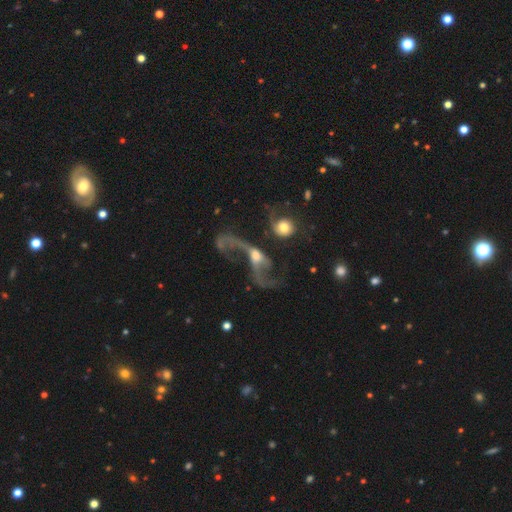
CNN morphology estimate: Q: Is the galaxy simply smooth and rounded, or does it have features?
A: featured or disk — 79%.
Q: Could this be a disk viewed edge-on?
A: no — 92%.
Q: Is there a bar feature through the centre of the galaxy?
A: no — 60%.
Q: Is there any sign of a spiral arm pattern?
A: yes — 81%.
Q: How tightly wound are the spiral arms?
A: loose — 87%.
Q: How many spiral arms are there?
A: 2 — 77%.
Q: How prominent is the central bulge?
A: moderate — 53%.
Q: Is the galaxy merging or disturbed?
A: major disturbance — 41%.